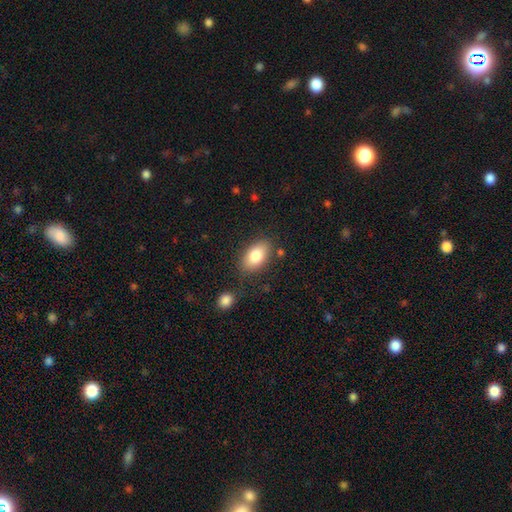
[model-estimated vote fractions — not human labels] Smooth or featured? smooth (80%)
How rounded? in between (91%)
Merging? none (78%)